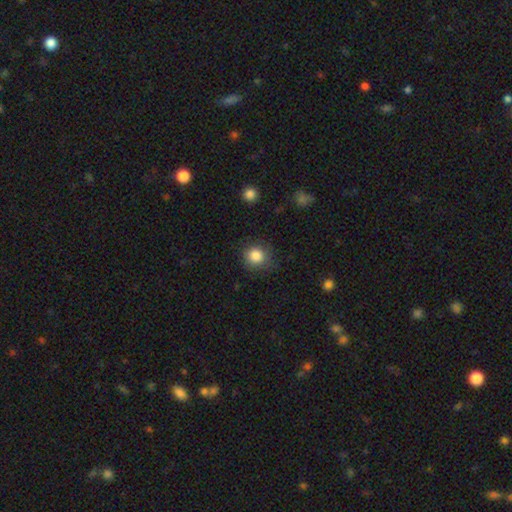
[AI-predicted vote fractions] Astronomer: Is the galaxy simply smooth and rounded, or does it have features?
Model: smooth — 86%.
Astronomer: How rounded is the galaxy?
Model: round — 87%.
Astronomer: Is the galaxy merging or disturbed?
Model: none — 79%.